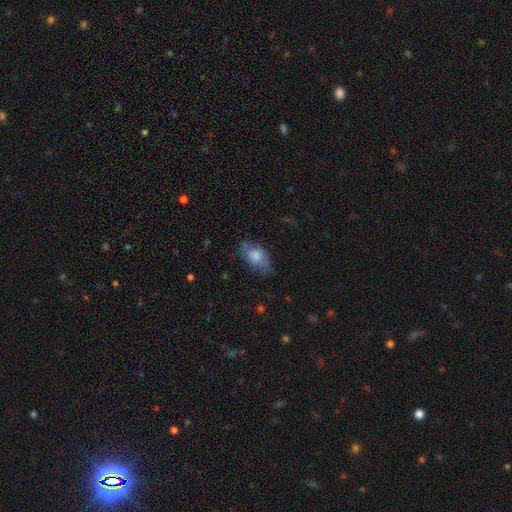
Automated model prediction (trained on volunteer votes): smooth-or-featured: smooth: 63% | featured or disk: 28% | star or artifact: 8%
  how-rounded: in between: 81% | round: 16% | cigar-shaped: 2%
  merging: none: 51% | minor disturbance: 30% | major disturbance: 16% | merger: 2%